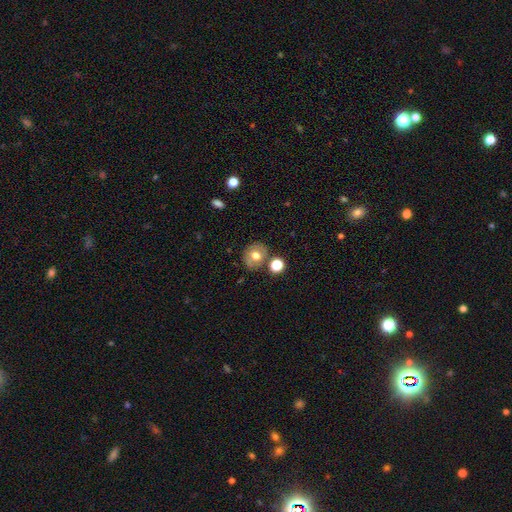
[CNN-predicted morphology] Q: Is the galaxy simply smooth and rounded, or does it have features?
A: smooth — 65%.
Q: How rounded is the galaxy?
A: round — 73%.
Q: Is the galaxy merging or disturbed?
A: none — 73%.